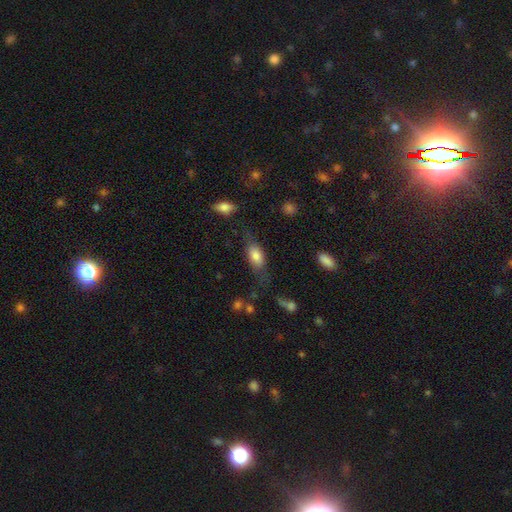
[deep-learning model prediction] The model was most divided on "merging": none: 57%, minor disturbance: 24%, major disturbance: 15%, merger: 5%. More confident: how rounded — in between (85%); smooth or featured — smooth (76%).